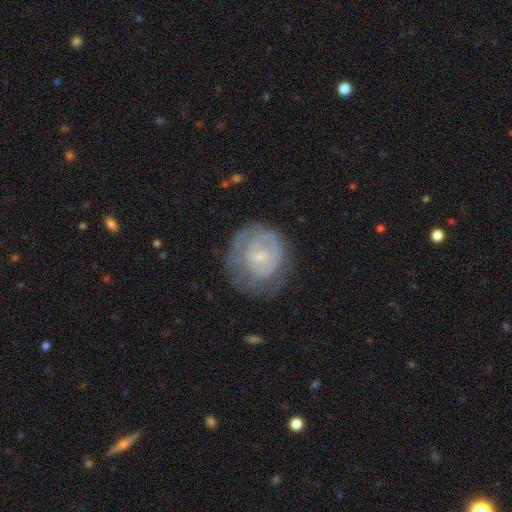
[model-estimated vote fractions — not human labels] This is likely a featured or disk galaxy (68%). It is clearly not viewed edge-on (97%). Bar: likely no (62%). Spiral arm pattern: likely yes (74%). Central bulge: likely small (64%). Merging: likely none (70%).